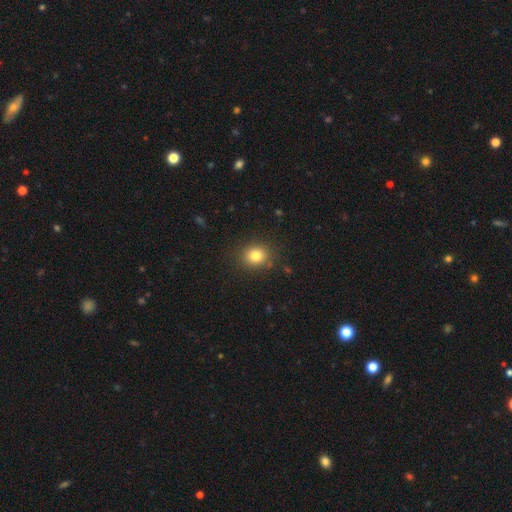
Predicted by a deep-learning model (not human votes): smooth_or_featured: smooth (p=0.81) [alt: star or artifact p=0.12]
how_rounded: round (p=0.69) [alt: in between p=0.31]
merging: none (p=0.87) [alt: minor disturbance p=0.09]